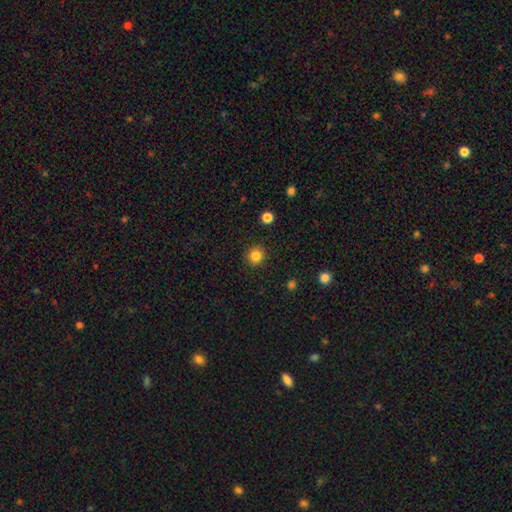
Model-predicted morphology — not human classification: This is clearly a smooth galaxy (84%). How rounded: clearly round (93%). Merging: clearly none (92%).